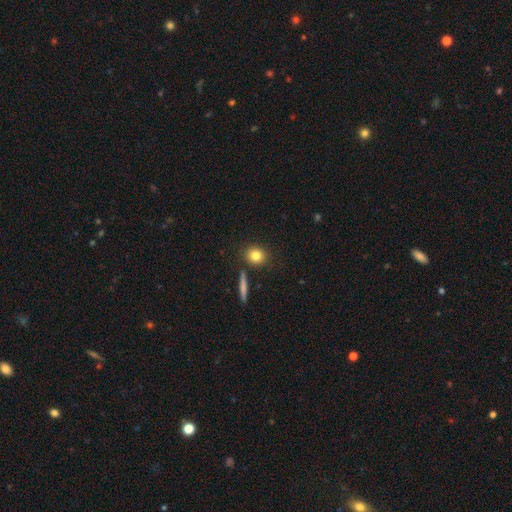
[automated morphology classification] A smooth galaxy with no disk features (82%) that is round (78%).

Vote fractions:
- Smooth or featured? smooth: 82% / star or artifact: 9% / featured or disk: 9%
- How rounded? round: 78% / in between: 19% / cigar-shaped: 3%
- Merging? none: 84% / minor disturbance: 8% / merger: 6% / major disturbance: 2%